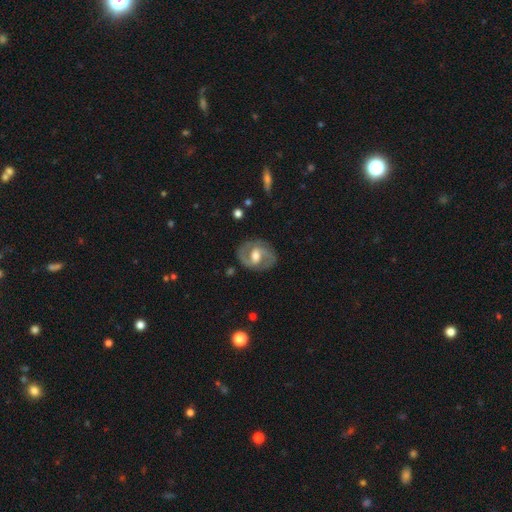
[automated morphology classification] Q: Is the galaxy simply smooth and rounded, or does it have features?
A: featured or disk — 81%.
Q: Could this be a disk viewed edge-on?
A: no — 97%.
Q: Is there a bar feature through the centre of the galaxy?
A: weak — 52%.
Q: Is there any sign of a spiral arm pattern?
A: yes — 91%.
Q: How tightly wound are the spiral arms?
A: medium — 54%.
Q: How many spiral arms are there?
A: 2 — 88%.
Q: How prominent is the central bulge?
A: moderate — 70%.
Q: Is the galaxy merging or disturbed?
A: none — 79%.